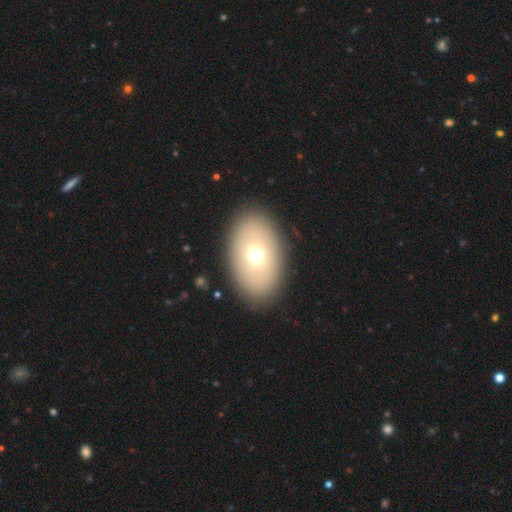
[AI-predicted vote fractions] Smooth or featured: smooth — 67% (featured or disk — 24%)
How rounded: in between — 87% (round — 12%)
Merging: none — 88% (minor disturbance — 7%)